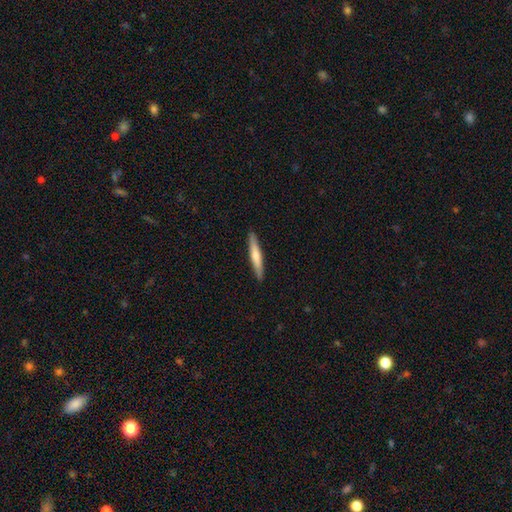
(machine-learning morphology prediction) Smooth or featured?
  - smooth: 59% *
  - featured or disk: 36%
  - star or artifact: 5%
How rounded?
  - cigar-shaped: 94% *
  - in between: 5%
  - round: 1%
Merging?
  - none: 91% *
  - minor disturbance: 7%
  - major disturbance: 1%
  - merger: 1%